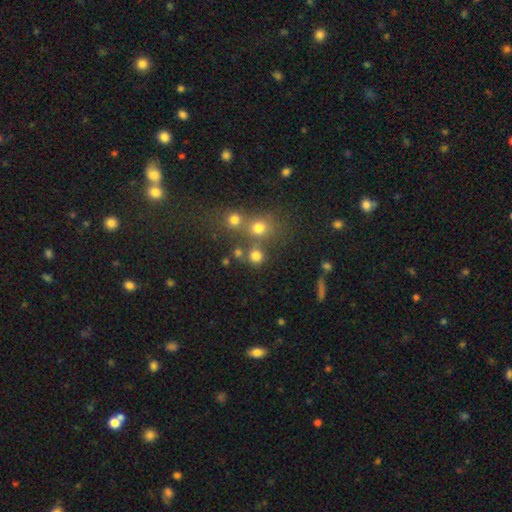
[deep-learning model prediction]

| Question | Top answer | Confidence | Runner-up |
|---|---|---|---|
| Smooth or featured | smooth | 76% | star or artifact (16%) |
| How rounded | round | 88% | in between (11%) |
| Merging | none | 63% | merger (24%) |